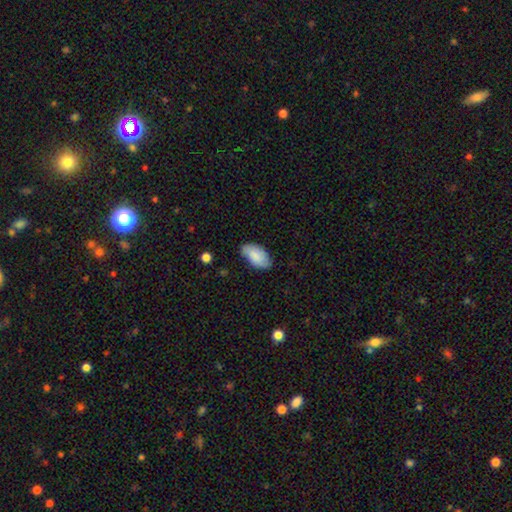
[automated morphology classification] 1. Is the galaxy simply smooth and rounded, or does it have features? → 76% smooth, 17% featured or disk, 7% star or artifact.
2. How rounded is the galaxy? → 95% in between, 3% round, 2% cigar-shaped.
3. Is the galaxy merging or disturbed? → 72% none, 23% minor disturbance, 4% major disturbance, 1% merger.